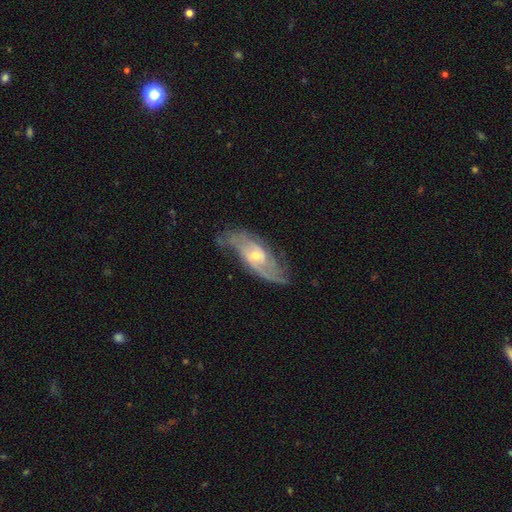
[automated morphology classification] Smooth or featured: featured or disk — 85% (smooth — 10%)
Edge-on disk: no — 91% (yes — 9%)
Bar: no — 54% (weak — 37%)
Spiral arms: yes — 94% (no — 6%)
Spiral winding: medium — 45% (tight — 31%)
Spiral arm count: 2 — 63% (can't tell — 19%)
Bulge size: small — 52% (moderate — 44%)
Merging: none — 67% (minor disturbance — 21%)